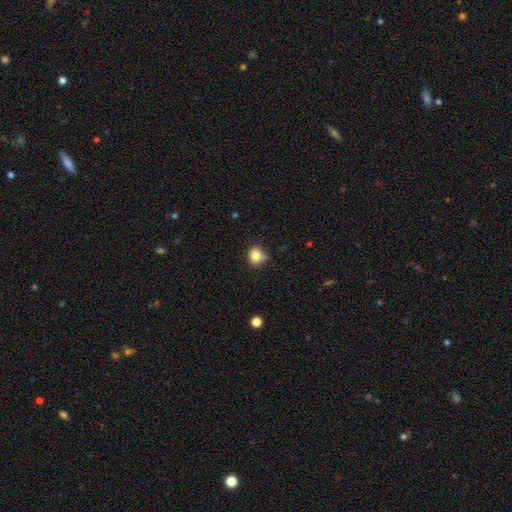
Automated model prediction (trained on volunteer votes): Smooth or featured? Predicted: smooth (p=0.82). How rounded? Predicted: round (p=0.74). Merging? Predicted: none (p=0.61).